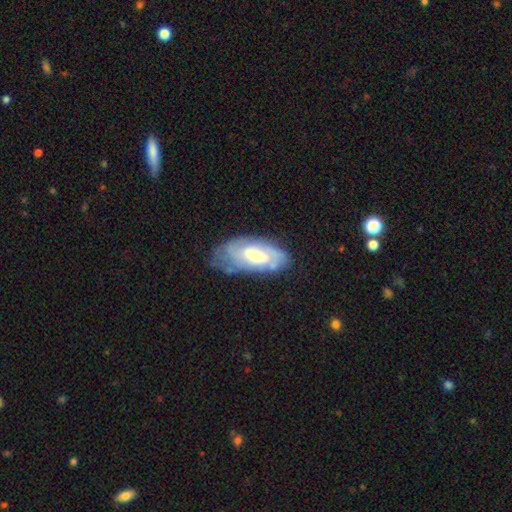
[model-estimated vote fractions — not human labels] smooth_or_featured: featured or disk (p=0.60) [alt: smooth p=0.33]
disk_edge_on: no (p=0.91) [alt: yes p=0.09]
bar: no (p=0.47) [alt: weak p=0.39]
has_spiral_arms: yes (p=0.73) [alt: no p=0.27]
bulge_size: moderate (p=0.40) [alt: large p=0.25]
merging: none (p=0.61) [alt: minor disturbance p=0.26]